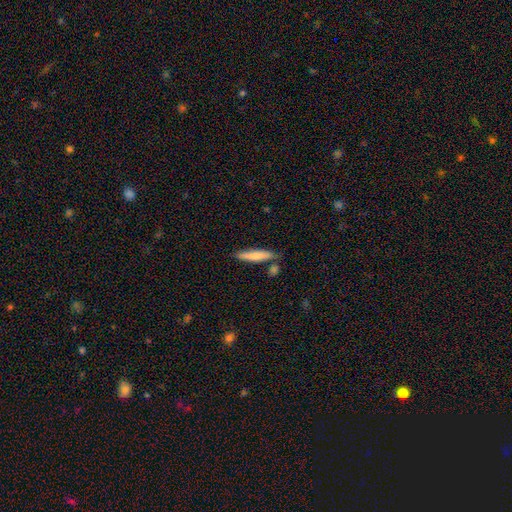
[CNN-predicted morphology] Smooth or featured: smooth — 75% (featured or disk — 20%)
How rounded: cigar-shaped — 88% (in between — 11%)
Merging: none — 78% (minor disturbance — 12%)